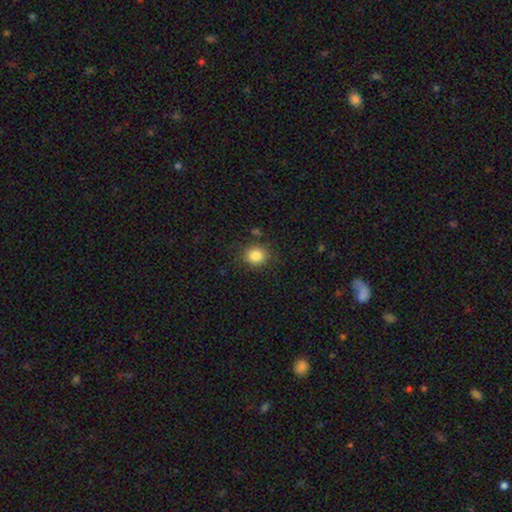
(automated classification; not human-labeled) smooth-or-featured: smooth: 84% | star or artifact: 10% | featured or disk: 6%
  how-rounded: round: 74% | in between: 26% | cigar-shaped: 1%
  merging: none: 84% | minor disturbance: 10% | major disturbance: 3% | merger: 3%